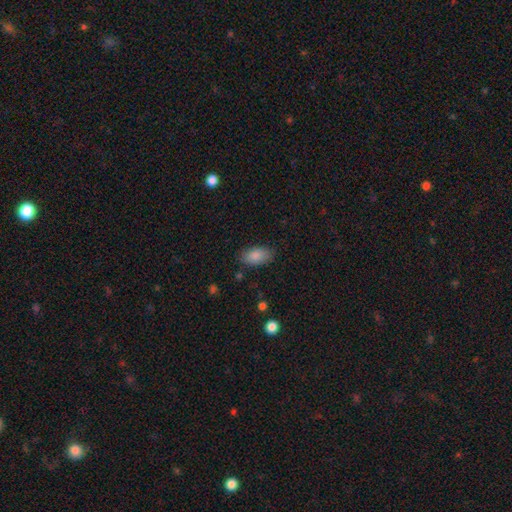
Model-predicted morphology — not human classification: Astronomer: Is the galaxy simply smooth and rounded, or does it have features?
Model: smooth — 86%.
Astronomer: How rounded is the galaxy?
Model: in between — 93%.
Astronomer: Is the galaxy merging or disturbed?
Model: none — 83%.